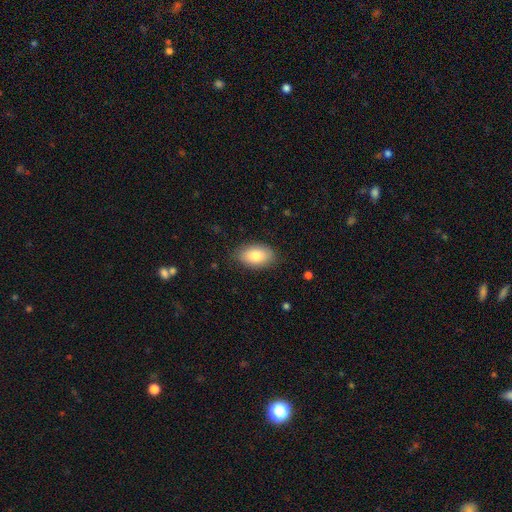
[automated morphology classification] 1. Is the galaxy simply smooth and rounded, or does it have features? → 80% smooth, 13% featured or disk, 7% star or artifact.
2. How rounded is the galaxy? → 92% in between, 6% round, 2% cigar-shaped.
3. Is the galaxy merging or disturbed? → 83% none, 13% minor disturbance, 3% major disturbance, 1% merger.